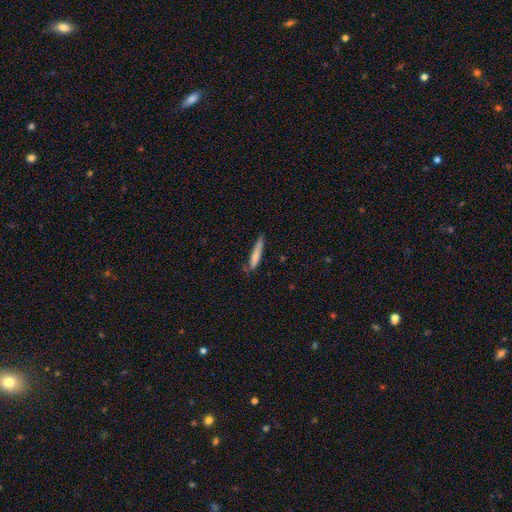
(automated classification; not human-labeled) A smooth galaxy with no disk features (75%) that is cigar-shaped (91%). Merging: none (65%).